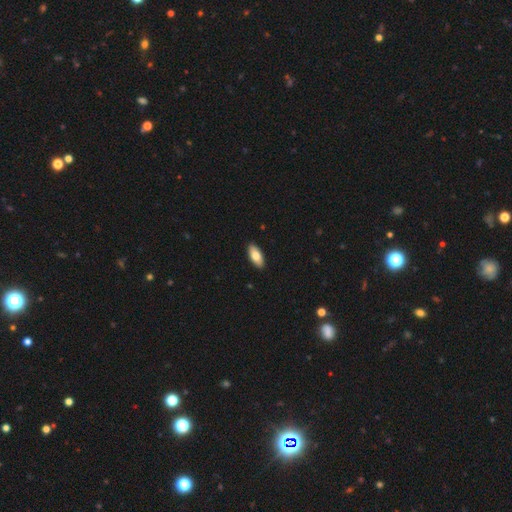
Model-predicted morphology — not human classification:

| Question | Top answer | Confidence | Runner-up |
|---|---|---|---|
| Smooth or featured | smooth | 77% | featured or disk (17%) |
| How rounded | in between | 86% | cigar-shaped (11%) |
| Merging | none | 91% | minor disturbance (7%) |